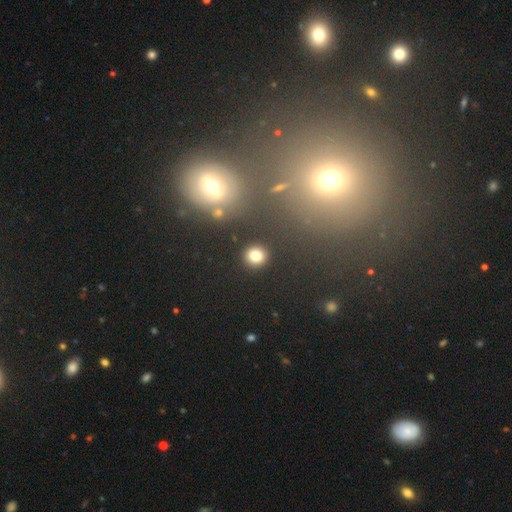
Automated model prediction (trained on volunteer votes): This appears to be a smooth galaxy with no disk features (80%) that is round (85%). Merging: none (89%).